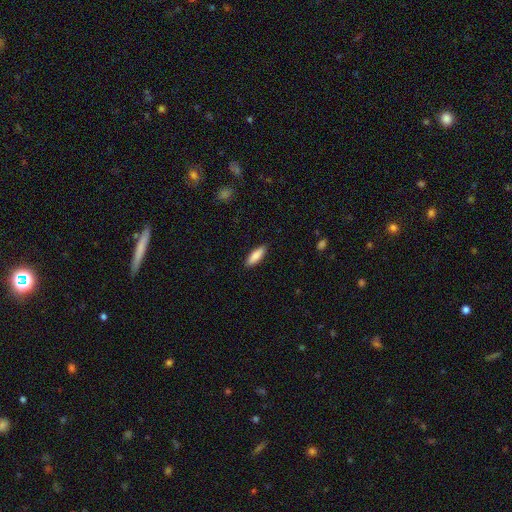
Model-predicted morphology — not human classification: Smooth or featured: smooth — 86% (featured or disk — 8%)
How rounded: in between — 56% (cigar-shaped — 43%)
Merging: none — 89% (minor disturbance — 9%)